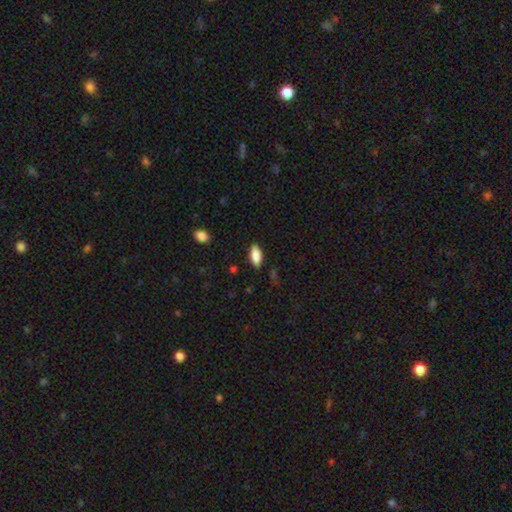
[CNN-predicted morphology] Smooth or featured? smooth (80%)
How rounded? in between (84%)
Merging? none (86%)